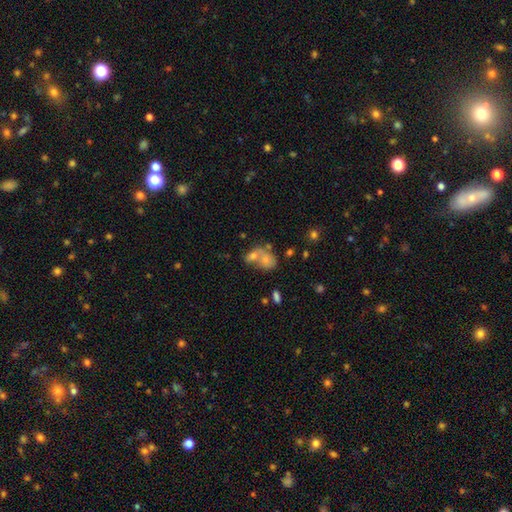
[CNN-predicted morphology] type=smooth (69%); roundness=in between (65%); merging=merger (64%).